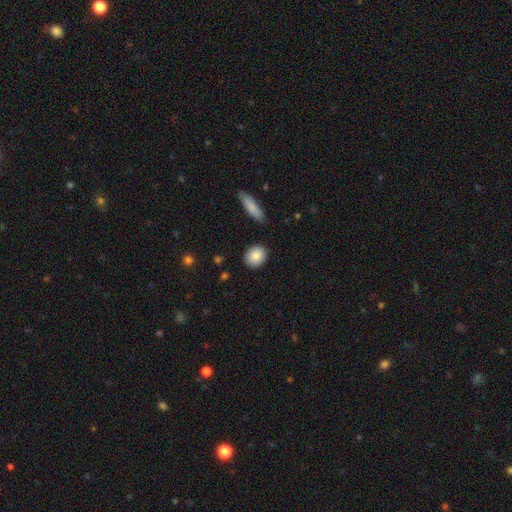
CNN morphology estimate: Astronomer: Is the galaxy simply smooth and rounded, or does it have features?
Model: smooth — 86%.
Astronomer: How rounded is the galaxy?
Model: round — 62%.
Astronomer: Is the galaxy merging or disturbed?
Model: none — 89%.